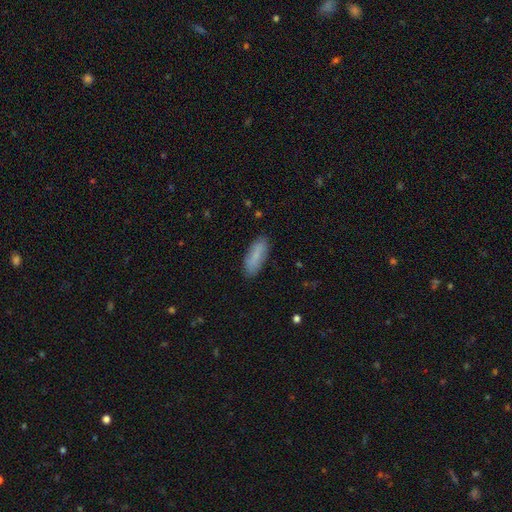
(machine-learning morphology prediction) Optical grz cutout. It shows a smooth galaxy with no disk features (82%) that is in between round and cigar-shaped (63%). Merging: none (85%).